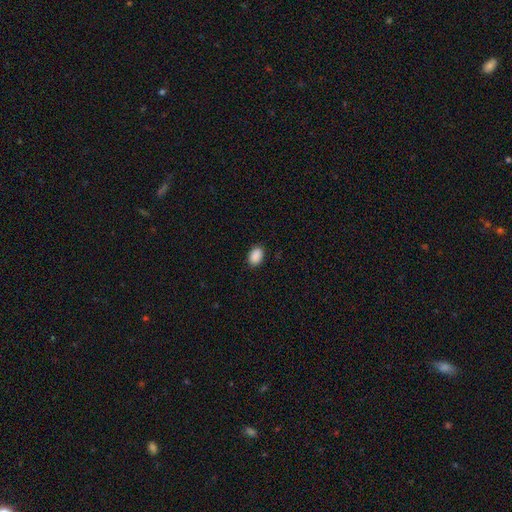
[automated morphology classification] Smooth or featured?
  - smooth: 90% *
  - star or artifact: 7%
  - featured or disk: 2%
How rounded?
  - in between: 86% *
  - round: 13%
  - cigar-shaped: 1%
Merging?
  - none: 89% *
  - minor disturbance: 8%
  - major disturbance: 2%
  - merger: 1%